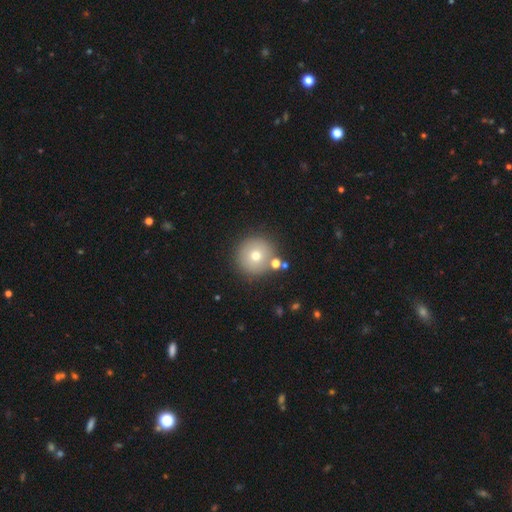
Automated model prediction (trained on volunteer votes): Smooth or featured?
  - smooth: 70% *
  - featured or disk: 17%
  - star or artifact: 13%
How rounded?
  - round: 95% *
  - in between: 4%
  - cigar-shaped: 1%
Merging?
  - none: 81% *
  - merger: 9%
  - minor disturbance: 8%
  - major disturbance: 3%